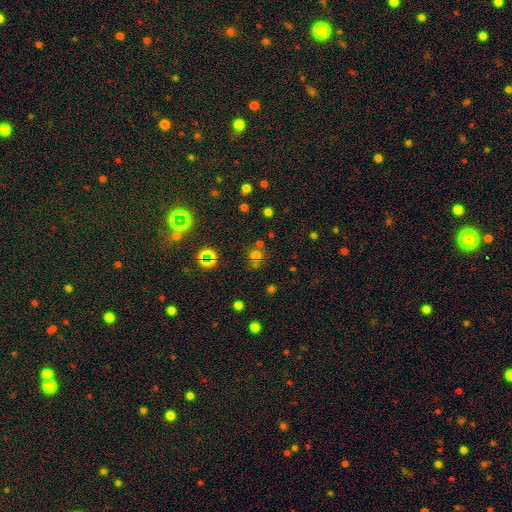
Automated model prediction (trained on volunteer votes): Overall: smooth (51%; star or artifact 40%). How rounded: round (85%). Merging: none (64%).